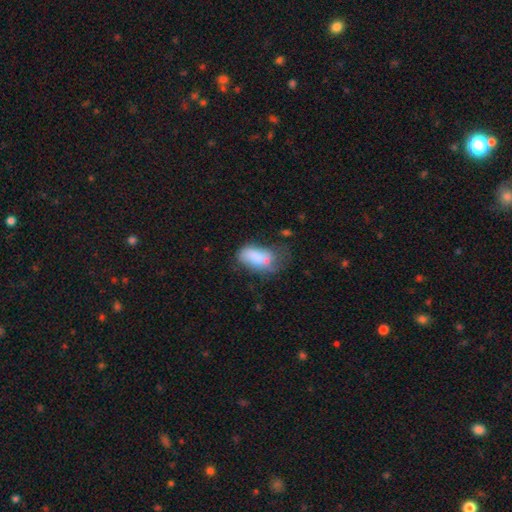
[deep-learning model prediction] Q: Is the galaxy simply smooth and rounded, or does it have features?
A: smooth — 73%.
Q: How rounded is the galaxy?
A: in between — 91%.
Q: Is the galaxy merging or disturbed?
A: none — 28%.